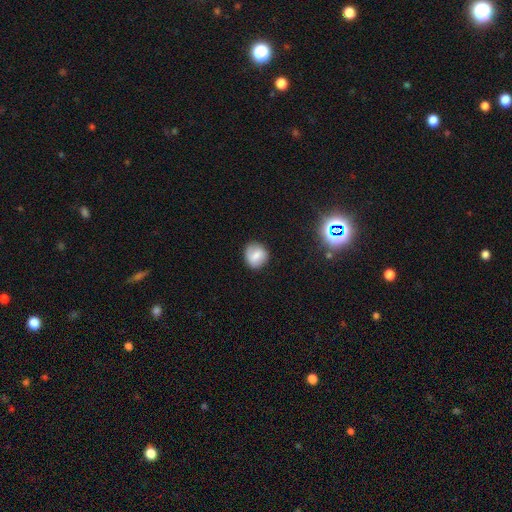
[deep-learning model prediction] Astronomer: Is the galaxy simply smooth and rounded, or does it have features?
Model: smooth — 74%.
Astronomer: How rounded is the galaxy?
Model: round — 84%.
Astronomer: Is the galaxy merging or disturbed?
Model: none — 82%.